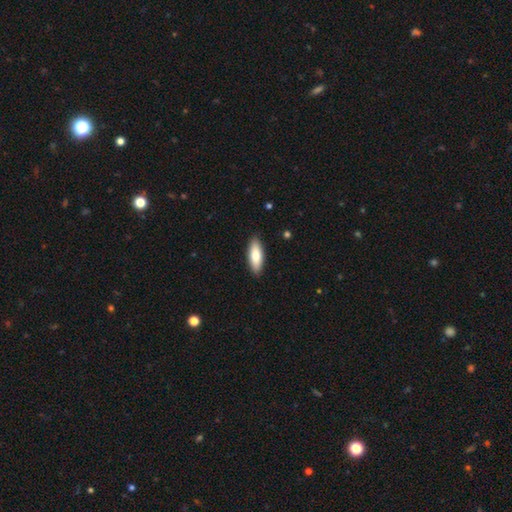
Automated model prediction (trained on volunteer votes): Smooth or featured: smooth — 80% (featured or disk — 15%)
How rounded: in between — 64% (cigar-shaped — 34%)
Merging: none — 89% (minor disturbance — 8%)